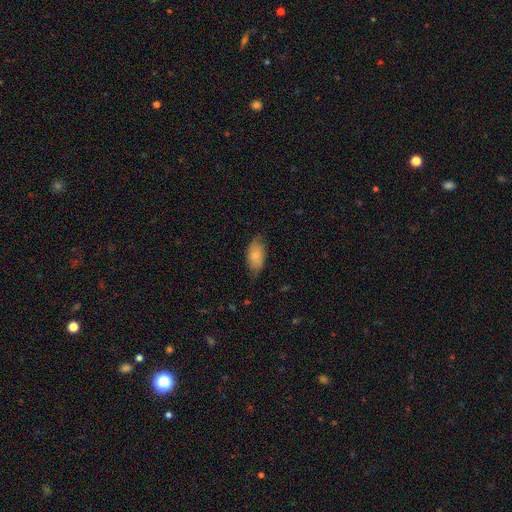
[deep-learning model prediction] smooth_or_featured: smooth (p=0.79) [alt: featured or disk p=0.14]
how_rounded: in between (p=0.93) [alt: cigar-shaped p=0.05]
merging: none (p=0.70) [alt: minor disturbance p=0.24]